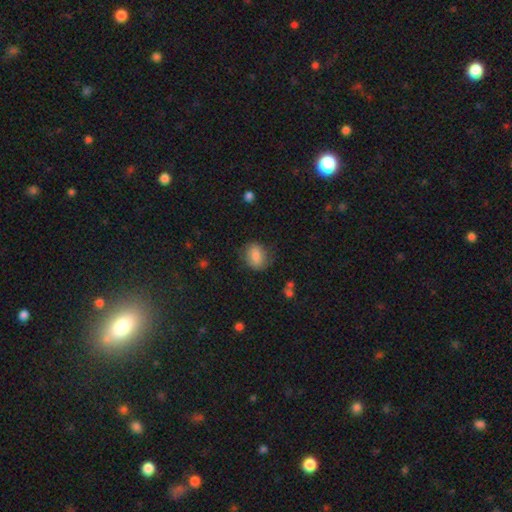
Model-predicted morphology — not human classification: This is likely a smooth galaxy (79%). How rounded: possibly round (51%). Merging: likely none (75%).